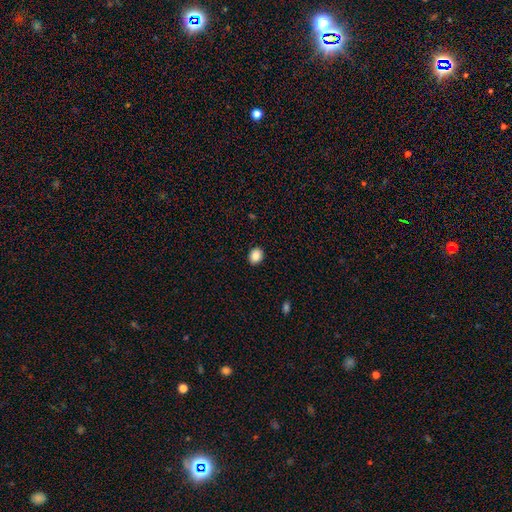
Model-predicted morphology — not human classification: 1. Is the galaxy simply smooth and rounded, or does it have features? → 87% smooth, 9% star or artifact, 4% featured or disk.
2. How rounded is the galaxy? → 50% in between, 49% round, 1% cigar-shaped.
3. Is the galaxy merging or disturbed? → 91% none, 6% minor disturbance, 2% major disturbance, 1% merger.